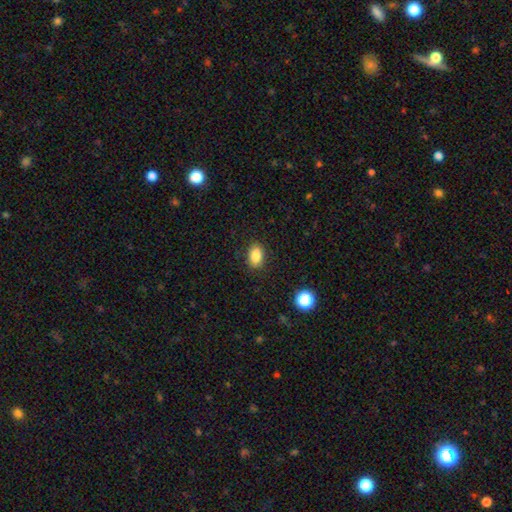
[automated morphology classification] Smooth or featured: smooth — 86% (star or artifact — 9%)
How rounded: in between — 86% (round — 13%)
Merging: none — 87% (minor disturbance — 9%)